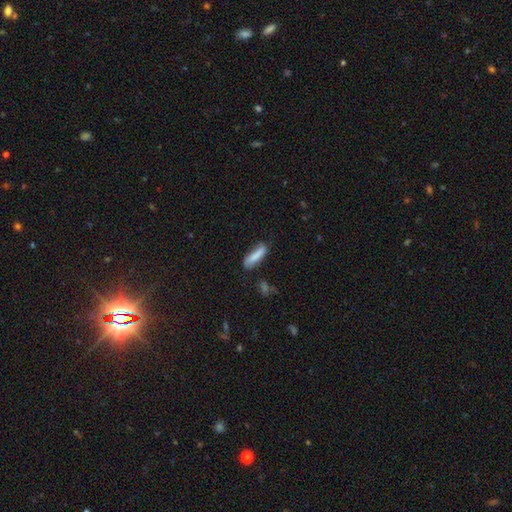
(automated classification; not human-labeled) Smooth or featured?
  - smooth: 80% *
  - featured or disk: 13%
  - star or artifact: 7%
How rounded?
  - cigar-shaped: 70% *
  - in between: 28%
  - round: 2%
Merging?
  - none: 63% *
  - minor disturbance: 25%
  - major disturbance: 7%
  - merger: 5%